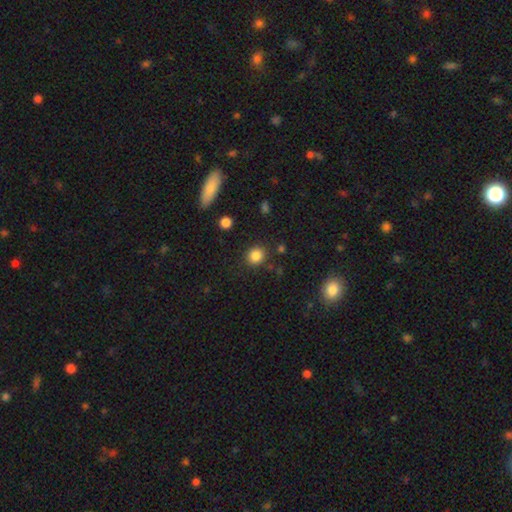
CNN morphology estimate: type=smooth (85%); roundness=round (82%); merging=none (86%).